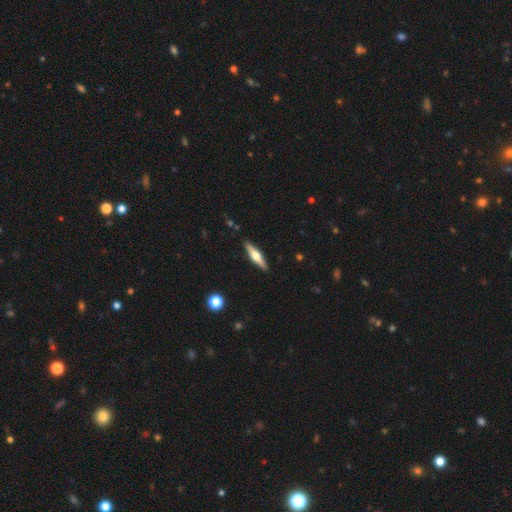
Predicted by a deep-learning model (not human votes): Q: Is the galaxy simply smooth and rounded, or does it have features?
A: featured or disk — 61%.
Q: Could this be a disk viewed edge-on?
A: yes — 96%.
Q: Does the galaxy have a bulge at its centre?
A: rounded — 92%.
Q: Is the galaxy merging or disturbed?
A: none — 90%.